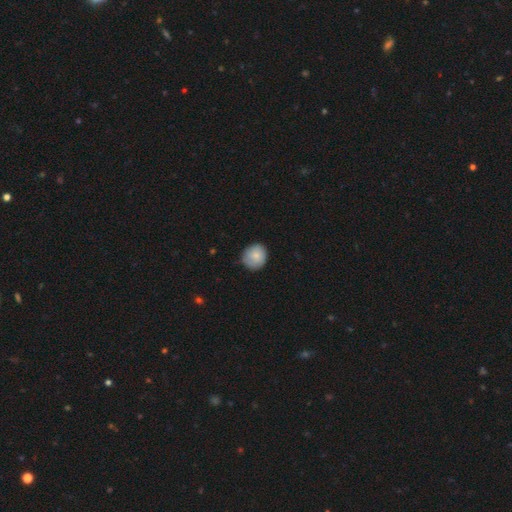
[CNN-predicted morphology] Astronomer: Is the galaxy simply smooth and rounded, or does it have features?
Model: smooth — 81%.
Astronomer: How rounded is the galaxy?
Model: round — 83%.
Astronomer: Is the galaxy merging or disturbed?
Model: none — 75%.